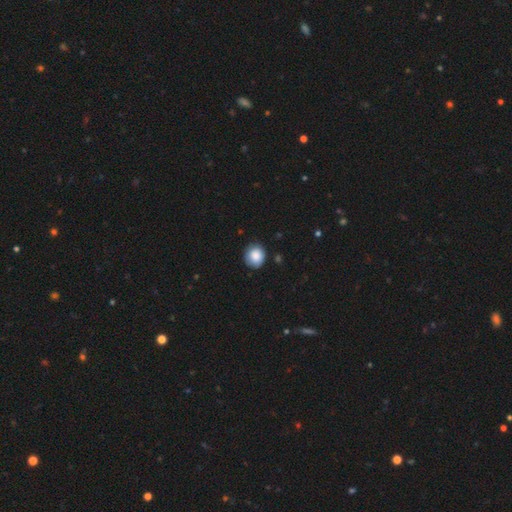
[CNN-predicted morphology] The model was most divided on "merging": none: 80%, minor disturbance: 16%, major disturbance: 3%, merger: 1%. More confident: smooth or featured — smooth (86%); how rounded — round (85%).